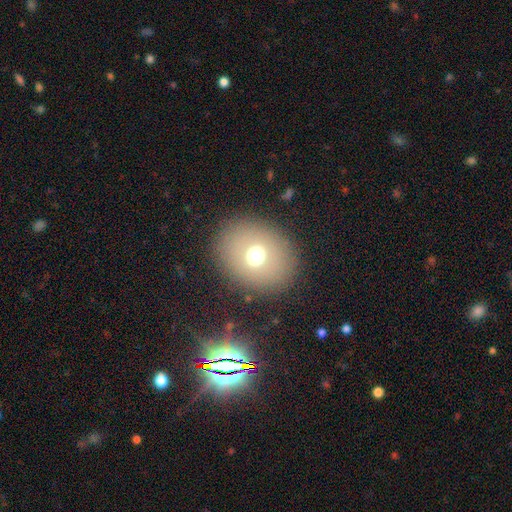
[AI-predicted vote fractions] This is likely a smooth galaxy (68%). How rounded: likely round (66%). Merging: clearly none (87%).